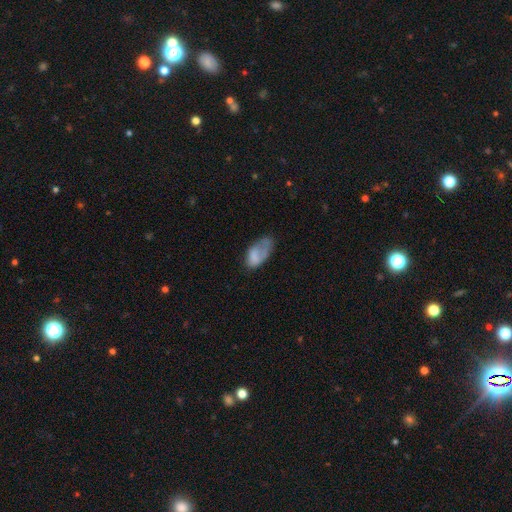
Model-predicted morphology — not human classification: A smooth galaxy with no disk features (70%) that is in between round and cigar-shaped (94%).

Vote fractions:
- Smooth or featured? smooth: 70% / featured or disk: 22% / star or artifact: 8%
- How rounded? in between: 94% / round: 3% / cigar-shaped: 3%
- Merging? none: 33% (tied) / minor disturbance: 33% (tied) / major disturbance: 30% / merger: 3%